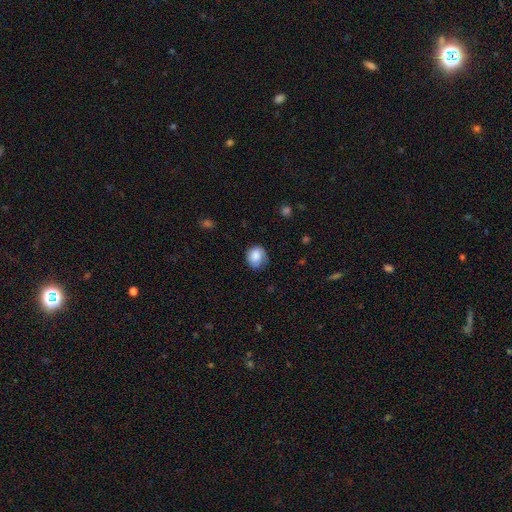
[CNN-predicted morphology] Smooth or featured? smooth (84%)
How rounded? round (71%)
Merging? none (64%)